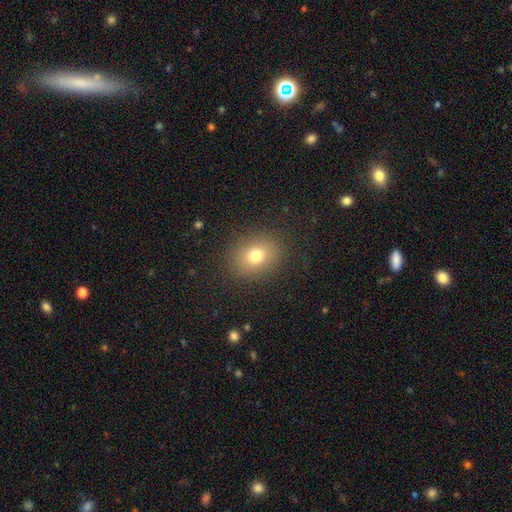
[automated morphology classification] Smooth or featured? smooth (76%)
How rounded? round (57%)
Merging? none (87%)